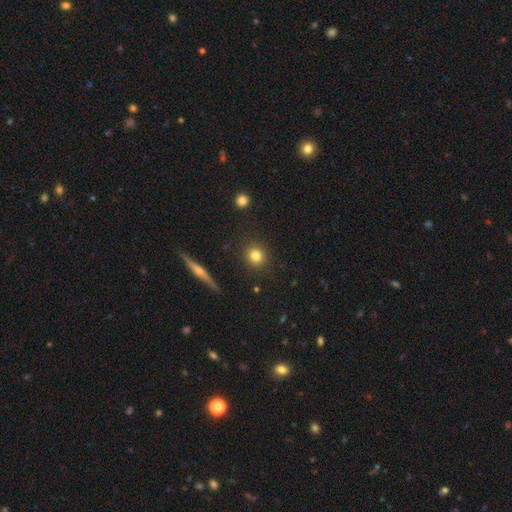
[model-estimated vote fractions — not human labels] Smooth or featured?
  - smooth: 80% *
  - star or artifact: 10%
  - featured or disk: 9%
How rounded?
  - round: 91% *
  - in between: 8%
  - cigar-shaped: 1%
Merging?
  - none: 90% *
  - minor disturbance: 6%
  - major disturbance: 2%
  - merger: 2%